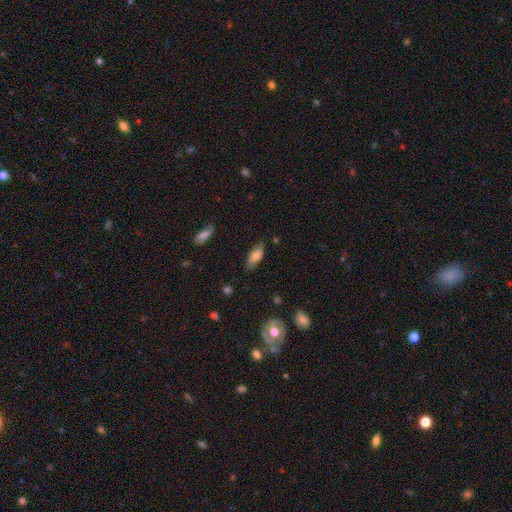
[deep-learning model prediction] This is likely a smooth galaxy (73%). How rounded: likely in between (73%). Merging: clearly none (82%).